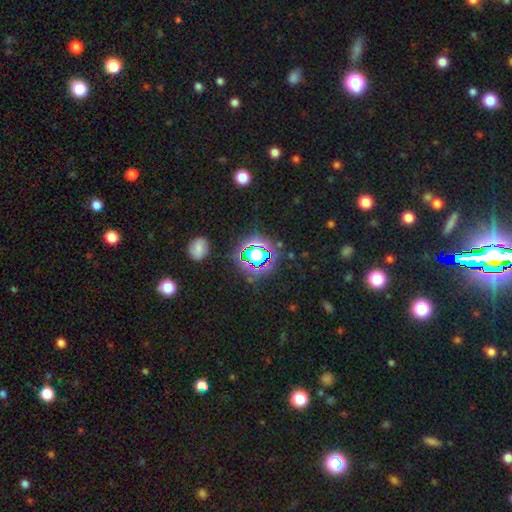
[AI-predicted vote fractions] Morphology: type=star or artifact (61%).